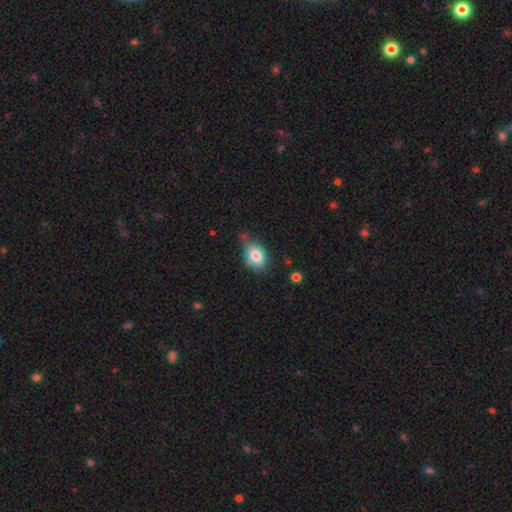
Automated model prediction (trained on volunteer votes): Smooth or featured?
  - smooth: 81% *
  - featured or disk: 10%
  - star or artifact: 9%
How rounded?
  - in between: 69% *
  - round: 29%
  - cigar-shaped: 1%
Merging?
  - none: 61% *
  - minor disturbance: 27%
  - merger: 6%
  - major disturbance: 6%